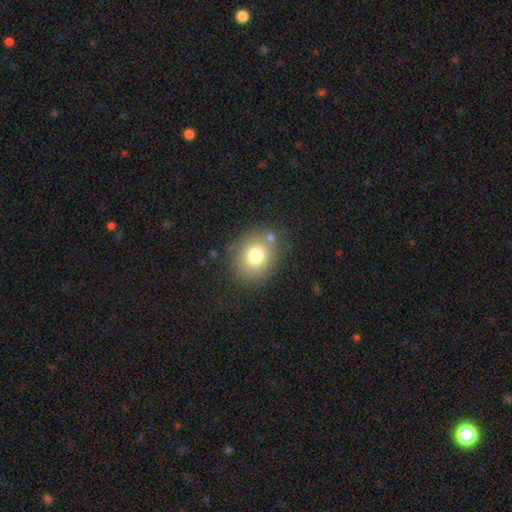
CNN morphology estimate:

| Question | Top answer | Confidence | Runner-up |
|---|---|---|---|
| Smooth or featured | smooth | 75% | featured or disk (13%) |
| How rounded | round | 62% | in between (37%) |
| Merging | none | 74% | minor disturbance (13%) |